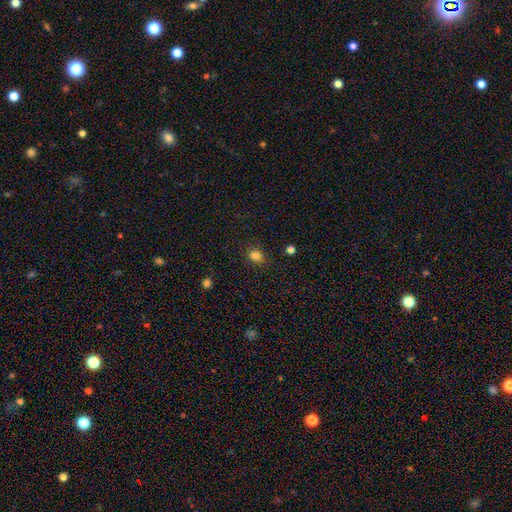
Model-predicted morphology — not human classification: The model was most divided on "how rounded": in between: 51%, round: 47%, cigar-shaped: 1%. More confident: smooth or featured — smooth (79%); merging — none (74%).